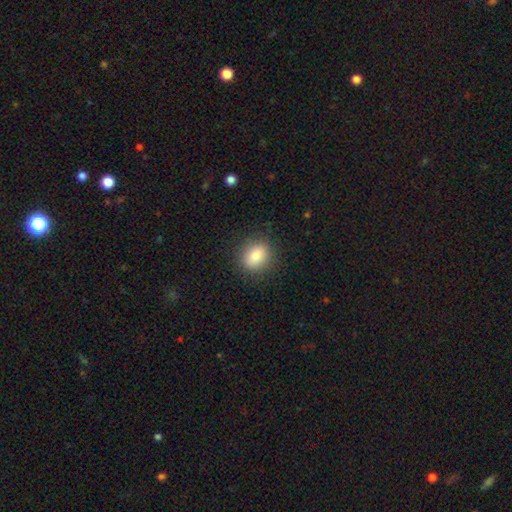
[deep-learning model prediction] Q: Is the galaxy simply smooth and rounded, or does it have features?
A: smooth — 86%.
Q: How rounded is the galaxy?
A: in between — 56%.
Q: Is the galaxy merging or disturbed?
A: none — 87%.